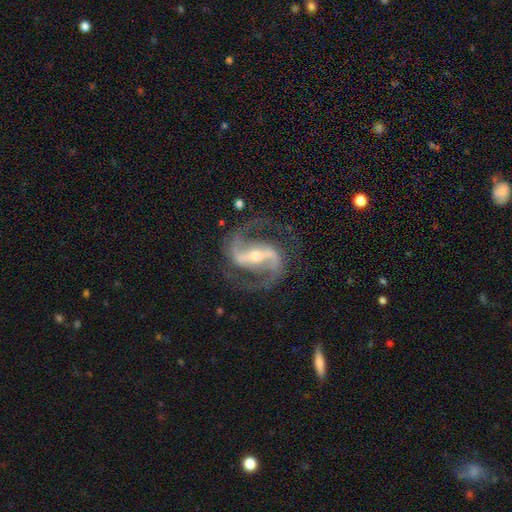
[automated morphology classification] A featured or disk galaxy (93%) with a strong bar (67%), 2 (94%) medium (65%) spiral arms (98%) and a small central bulge (53%).

Vote fractions:
- Smooth or featured? featured or disk: 93% / star or artifact: 4% / smooth: 2%
- Edge-on disk? no: 97% / yes: 3%
- Bar? strong: 67% / weak: 24% / no: 9%
- Spiral arms? yes: 98% / no: 2%
- Spiral winding? medium: 65% / loose: 21% / tight: 15%
- Spiral arm count? 2: 94% / 3: 1% / can't tell: 1% / 1: 1% / 4: 1% / more than 4: 1%
- Bulge size? small: 53% / moderate: 42% / large: 2% / none: 1% / dominant: 1%
- Merging? none: 81% / minor disturbance: 11% / major disturbance: 6% / merger: 1%